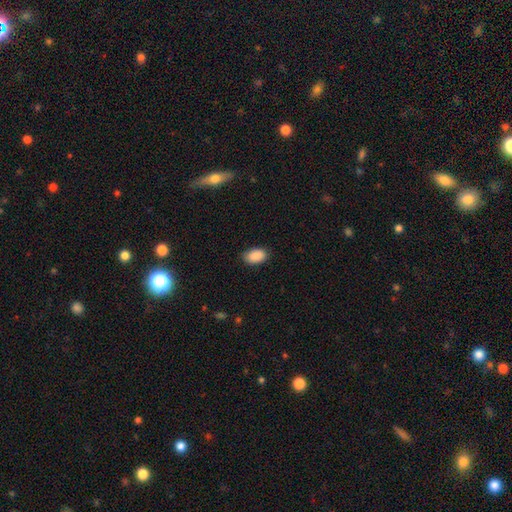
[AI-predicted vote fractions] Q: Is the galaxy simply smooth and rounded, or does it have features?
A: smooth — 90%.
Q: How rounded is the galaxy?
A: in between — 91%.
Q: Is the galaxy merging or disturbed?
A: none — 85%.